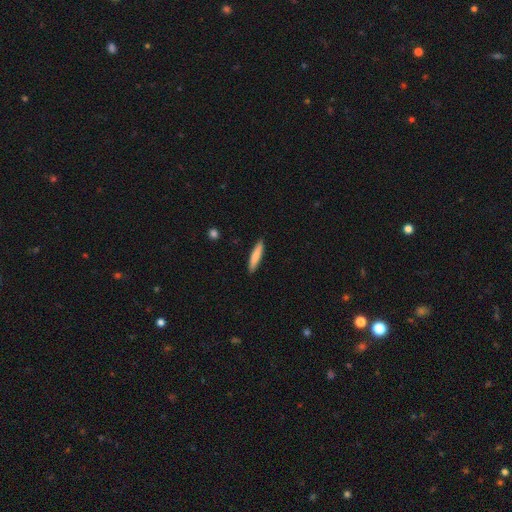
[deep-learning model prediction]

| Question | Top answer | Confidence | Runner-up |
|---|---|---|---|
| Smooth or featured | smooth | 81% | featured or disk (13%) |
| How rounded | cigar-shaped | 88% | in between (11%) |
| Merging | none | 90% | minor disturbance (8%) |